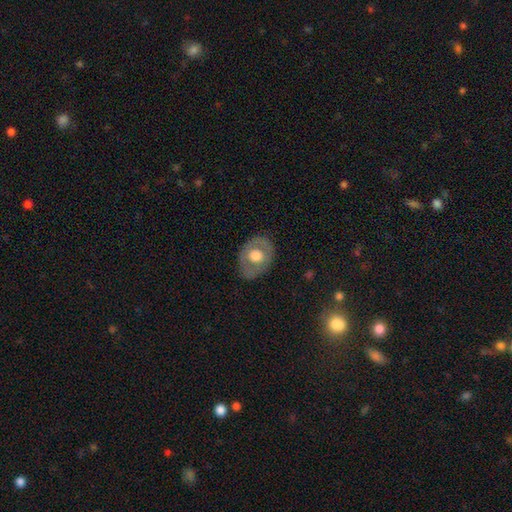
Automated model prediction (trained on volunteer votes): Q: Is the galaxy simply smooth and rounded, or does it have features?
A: smooth — 51%.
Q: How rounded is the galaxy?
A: in between — 55%.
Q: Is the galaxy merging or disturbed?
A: none — 79%.